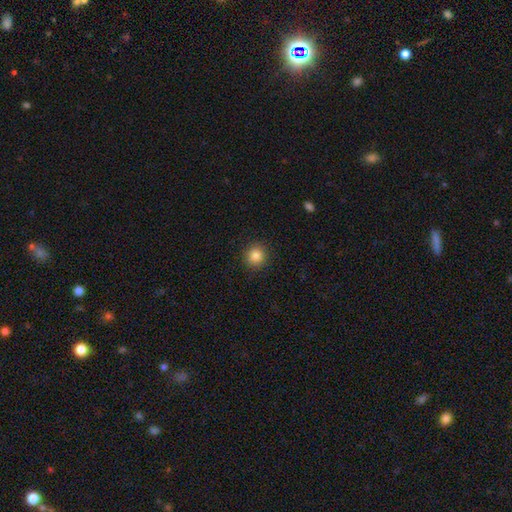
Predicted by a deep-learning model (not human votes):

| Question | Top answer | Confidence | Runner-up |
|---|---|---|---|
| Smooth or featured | smooth | 85% | star or artifact (10%) |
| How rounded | round | 91% | in between (8%) |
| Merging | none | 91% | minor disturbance (6%) |